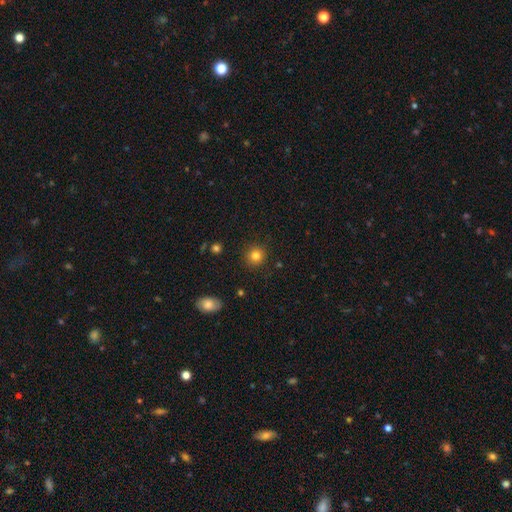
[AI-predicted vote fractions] A smooth galaxy with no disk features (82%) that is round (92%).

Vote fractions:
- Smooth or featured? smooth: 82% / star or artifact: 12% / featured or disk: 6%
- How rounded? round: 92% / in between: 8% / cigar-shaped: 1%
- Merging? none: 90% / minor disturbance: 6% / major disturbance: 2% / merger: 1%